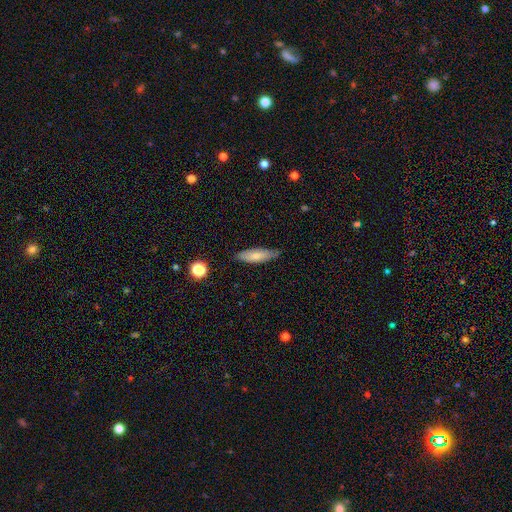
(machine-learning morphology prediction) This appears to be a smooth galaxy with no disk features (73%) that is cigar-shaped (50%). Merging: none (75%).